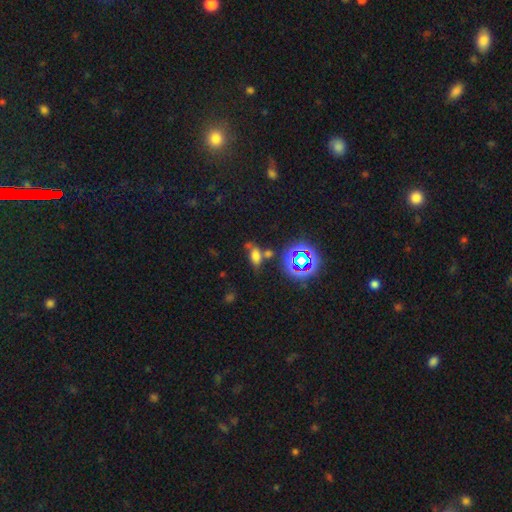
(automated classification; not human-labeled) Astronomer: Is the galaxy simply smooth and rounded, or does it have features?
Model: smooth — 61%.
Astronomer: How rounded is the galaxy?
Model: in between — 81%.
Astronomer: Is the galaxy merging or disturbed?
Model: none — 57%.